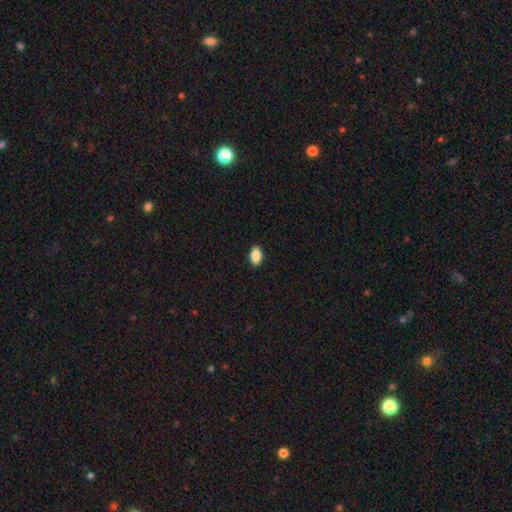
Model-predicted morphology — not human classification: Smooth or featured? Predicted: smooth (p=0.88). How rounded? Predicted: in between (p=0.92). Merging? Predicted: none (p=0.90).